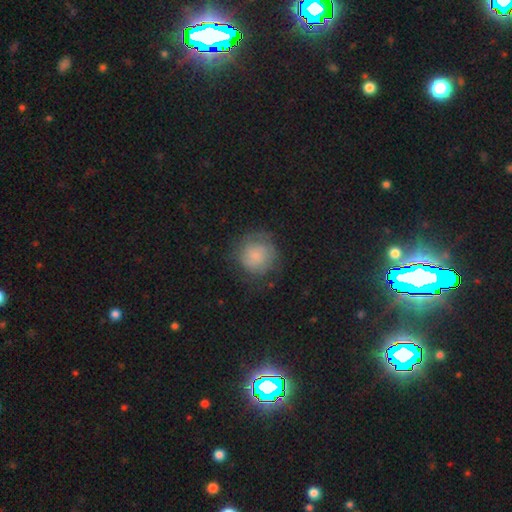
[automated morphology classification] Q: Smooth or featured?
A: smooth (74%); runner-up: featured or disk (17%)
Q: How rounded?
A: round (92%); runner-up: in between (7%)
Q: Merging?
A: none (67%); runner-up: minor disturbance (20%)